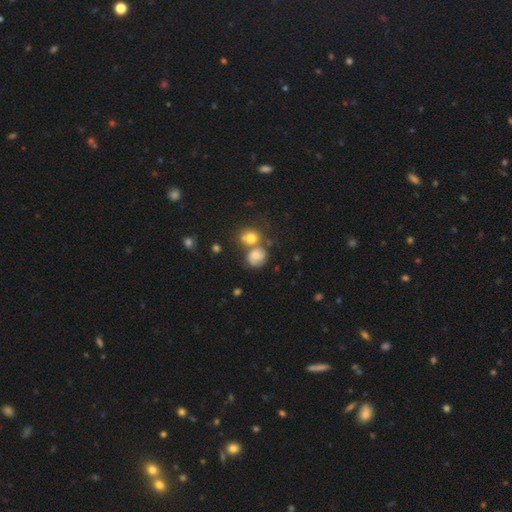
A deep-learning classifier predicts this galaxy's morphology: smooth 53%, featured or disk 36%, star or artifact 11%. Down the decision tree: how rounded — round (71%); merging — none (40%).